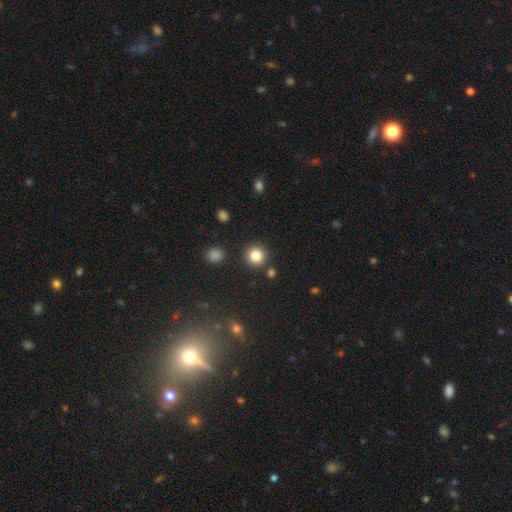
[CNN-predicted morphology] A smooth galaxy with no disk features (84%) that is round (93%).

Vote fractions:
- Smooth or featured? smooth: 84% / star or artifact: 11% / featured or disk: 5%
- How rounded? round: 93% / in between: 6% / cigar-shaped: 1%
- Merging? none: 86% / minor disturbance: 6% / merger: 5% / major disturbance: 3%